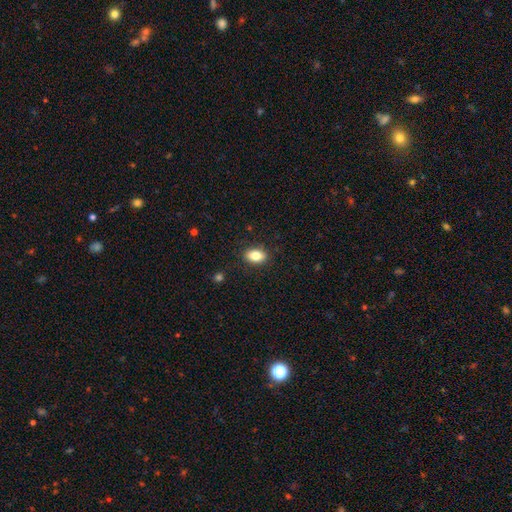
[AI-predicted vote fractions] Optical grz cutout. It shows a smooth galaxy with no disk features (82%) that is in between round and cigar-shaped (85%). Merging: none (88%).